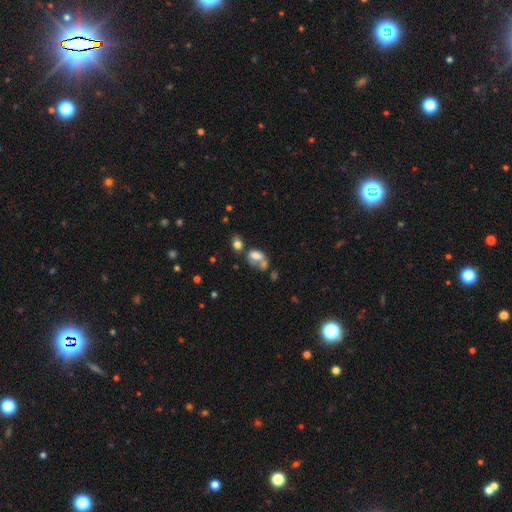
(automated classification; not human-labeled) smooth 67%, featured or disk 21%, star or artifact 12%. Down the decision tree: how rounded — in between (74%); merging — merger (50%).